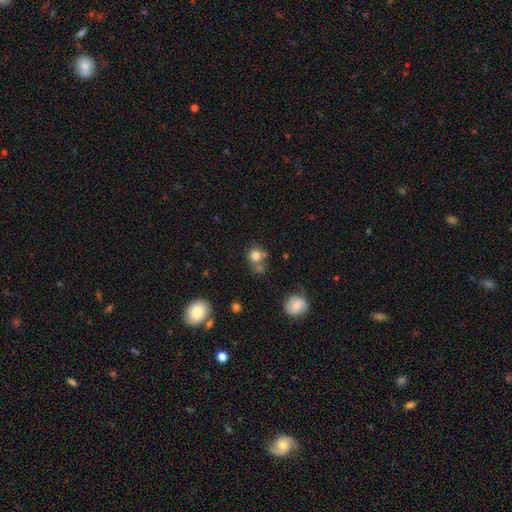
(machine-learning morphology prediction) The model was most divided on "merging": none: 52%, merger: 27%, minor disturbance: 15%, major disturbance: 6%. More confident: how rounded — round (81%); smooth or featured — smooth (79%).